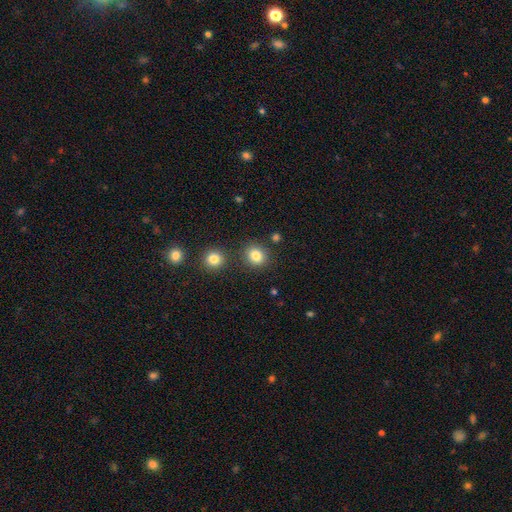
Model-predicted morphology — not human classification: Smooth or featured? smooth (83%)
How rounded? round (76%)
Merging? none (83%)